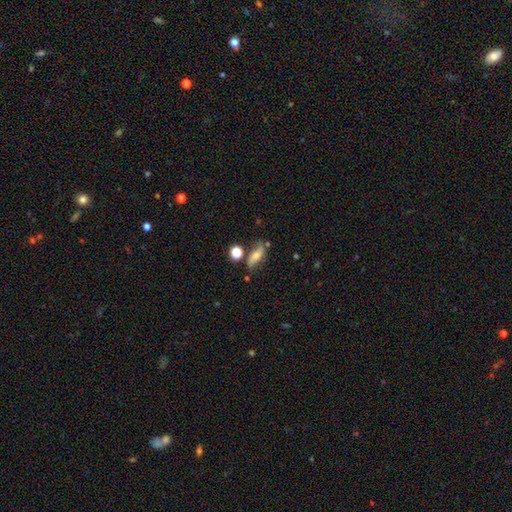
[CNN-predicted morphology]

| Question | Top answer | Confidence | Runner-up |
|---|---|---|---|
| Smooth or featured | smooth | 50% | featured or disk (39%) |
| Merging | none | 60% | minor disturbance (22%) |